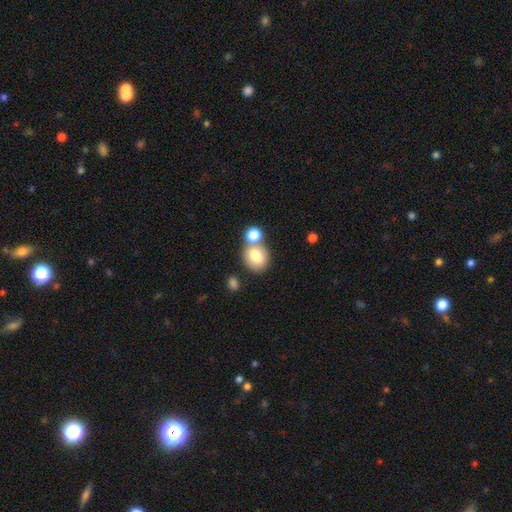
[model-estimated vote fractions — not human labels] Smooth or featured?
  - smooth: 79% *
  - featured or disk: 12%
  - star or artifact: 9%
How rounded?
  - round: 66% *
  - in between: 33%
  - cigar-shaped: 1%
Merging?
  - none: 47% *
  - merger: 39%
  - minor disturbance: 10%
  - major disturbance: 4%